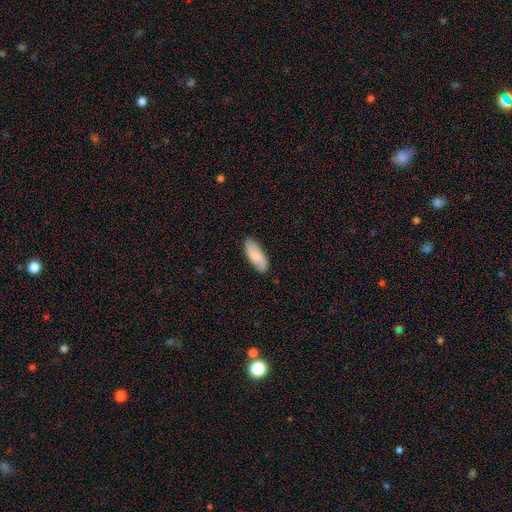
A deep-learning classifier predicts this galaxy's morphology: Smooth or featured: smooth — 79% (featured or disk — 15%)
How rounded: in between — 78% (cigar-shaped — 20%)
Merging: none — 86% (minor disturbance — 11%)